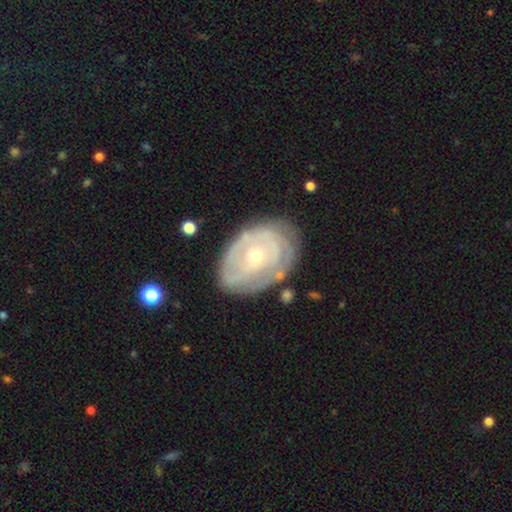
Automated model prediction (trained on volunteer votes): Morphology: type=featured or disk (77%); edge-on=no (96%); bar=no (80%); spiral arms=yes (73%); winding=tight (75%); arm count=can't tell (55%); bulge=small (68%); merging=none (70%).